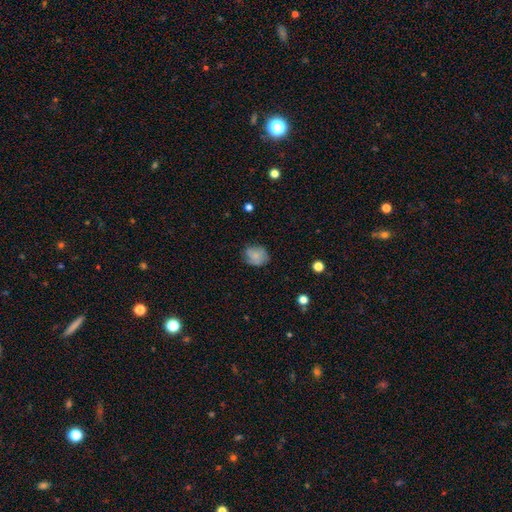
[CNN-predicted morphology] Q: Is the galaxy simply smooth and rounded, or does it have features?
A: smooth — 70%.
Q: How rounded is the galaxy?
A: round — 60%.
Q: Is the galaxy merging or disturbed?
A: none — 68%.